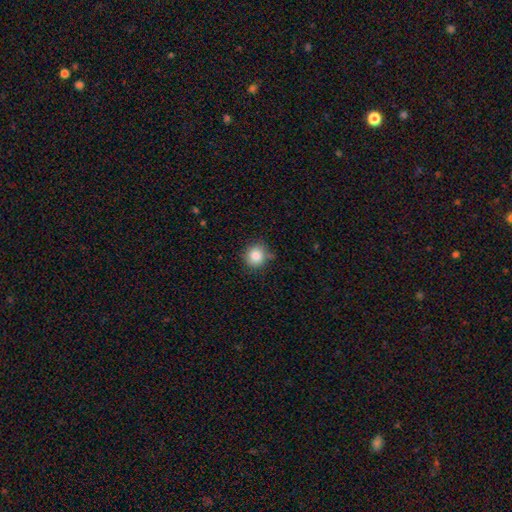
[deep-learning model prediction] smooth_or_featured: smooth (p=0.84) [alt: star or artifact p=0.10]
how_rounded: round (p=0.86) [alt: in between p=0.13]
merging: none (p=0.75) [alt: minor disturbance p=0.18]